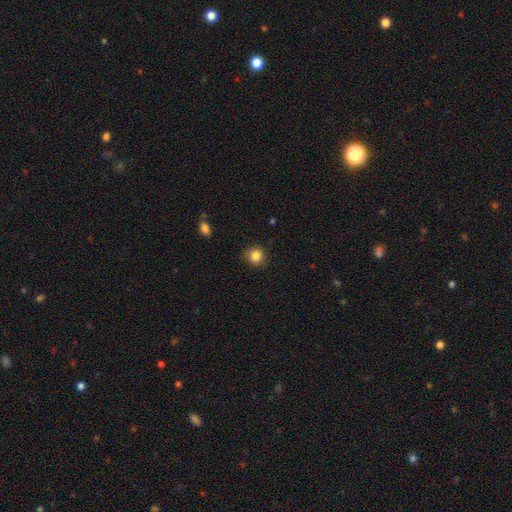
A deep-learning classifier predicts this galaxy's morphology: smooth_or_featured: smooth (p=0.85) [alt: star or artifact p=0.10]
how_rounded: round (p=0.88) [alt: in between p=0.11]
merging: none (p=0.82) [alt: minor disturbance p=0.14]